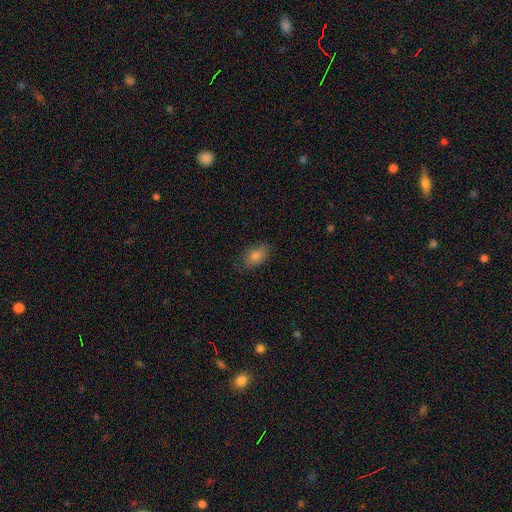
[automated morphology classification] This appears to be a smooth galaxy with no disk features (77%) that is in between round and cigar-shaped (86%). Merging: none (82%).